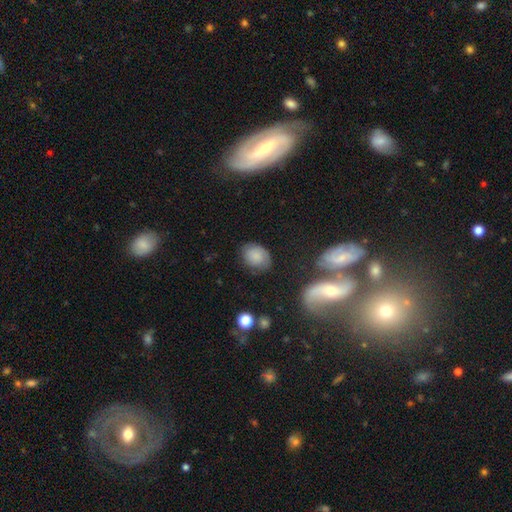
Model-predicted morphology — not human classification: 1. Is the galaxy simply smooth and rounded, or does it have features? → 74% smooth, 16% featured or disk, 10% star or artifact.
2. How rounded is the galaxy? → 64% in between, 35% round, 1% cigar-shaped.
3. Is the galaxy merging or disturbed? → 70% none, 21% minor disturbance, 6% major disturbance, 2% merger.